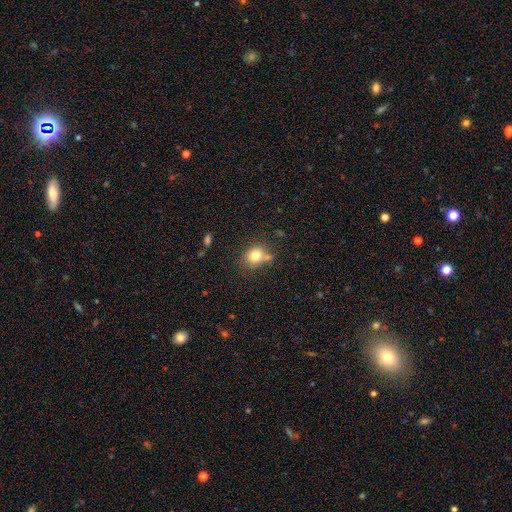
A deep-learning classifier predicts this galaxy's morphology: Smooth or featured: smooth — 78% (star or artifact — 12%)
How rounded: round — 64% (in between — 35%)
Merging: none — 59% (minor disturbance — 20%)